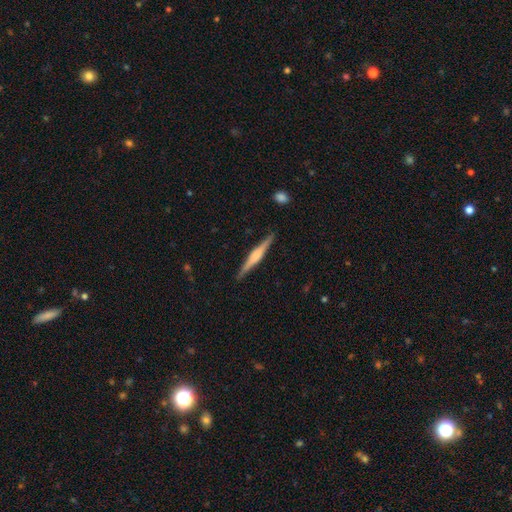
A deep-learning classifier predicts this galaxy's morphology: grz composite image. It shows a featured or disk galaxy (70%) viewed edge-on (98%) with a rounded central bulge (56%). Merging: none (89%).